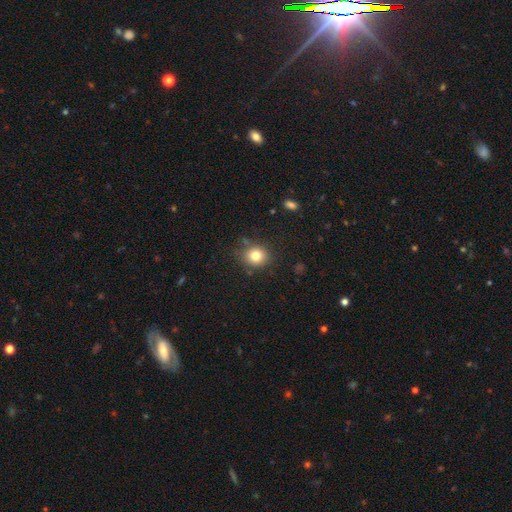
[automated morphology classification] Smooth or featured?
  - smooth: 80% *
  - star or artifact: 12%
  - featured or disk: 8%
How rounded?
  - round: 77% *
  - in between: 23%
  - cigar-shaped: 1%
Merging?
  - none: 81% *
  - minor disturbance: 13%
  - major disturbance: 4%
  - merger: 3%